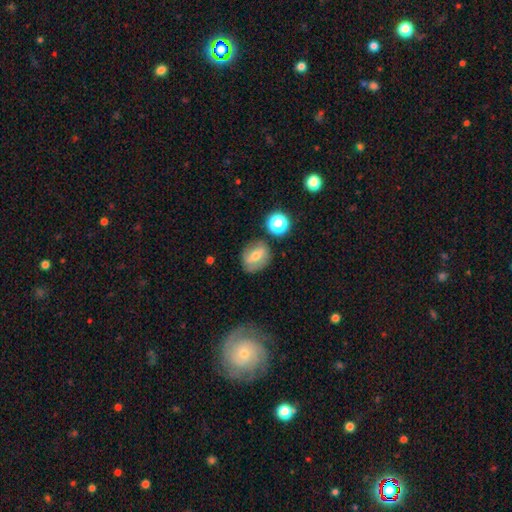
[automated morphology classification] The model was most divided on "smooth or featured": smooth: 50%, featured or disk: 39%, star or artifact: 11%. More confident: merging — none (71%).